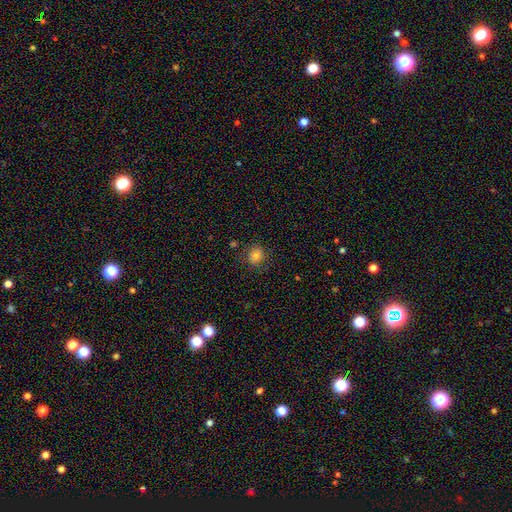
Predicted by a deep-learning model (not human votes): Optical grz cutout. It shows a smooth galaxy with no disk features (79%) that is round (67%). Merging: none (79%).